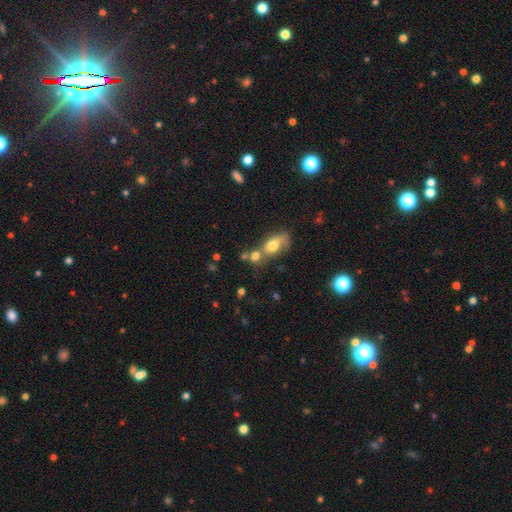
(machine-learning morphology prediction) Smooth or featured? smooth (70%)
How rounded? in between (50%)
Merging? merger (54%)